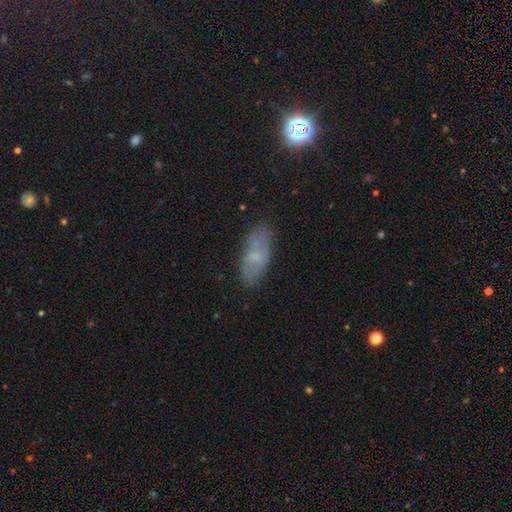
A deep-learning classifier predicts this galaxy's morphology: Smooth or featured? Predicted: smooth (p=0.53). How rounded? Predicted: in between (p=0.85). Merging? Predicted: none (p=0.78).